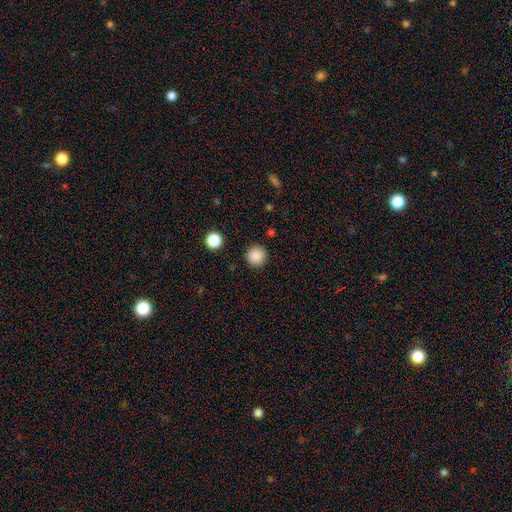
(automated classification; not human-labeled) This is clearly a smooth galaxy (87%). How rounded: clearly round (95%). Merging: clearly none (90%).